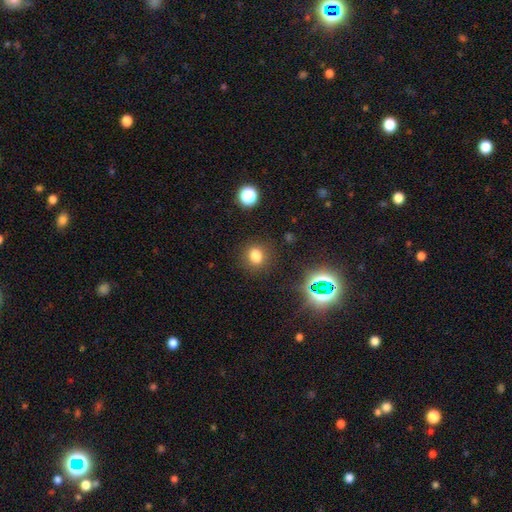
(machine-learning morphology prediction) type=smooth (78%); roundness=round (70%); merging=none (86%).